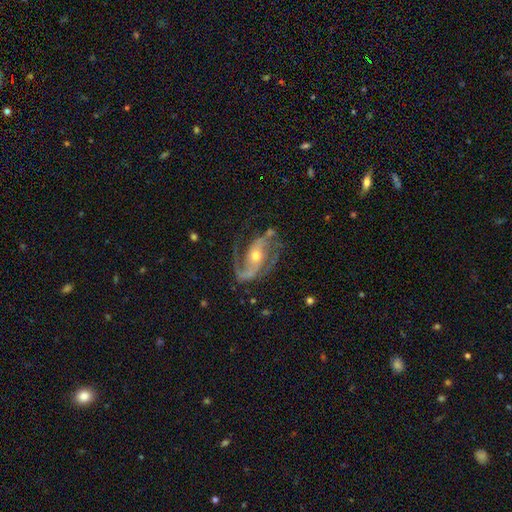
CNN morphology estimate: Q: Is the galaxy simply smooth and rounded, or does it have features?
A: featured or disk — 89%.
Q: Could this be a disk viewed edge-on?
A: no — 96%.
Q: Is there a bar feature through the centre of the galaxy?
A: no — 43%.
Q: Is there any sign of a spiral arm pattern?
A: yes — 97%.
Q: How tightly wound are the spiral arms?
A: medium — 51%.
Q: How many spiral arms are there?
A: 2 — 83%.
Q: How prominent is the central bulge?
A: moderate — 53%.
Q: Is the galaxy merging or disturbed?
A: none — 67%.